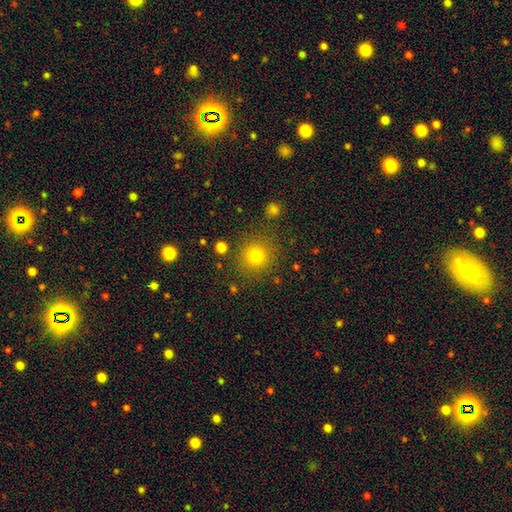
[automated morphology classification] A smooth galaxy with no disk features (80%) that is round (93%).

Vote fractions:
- Smooth or featured? smooth: 80% / star or artifact: 14% / featured or disk: 6%
- How rounded? round: 93% / in between: 6% / cigar-shaped: 1%
- Merging? none: 85% / minor disturbance: 8% / major disturbance: 3% / merger: 3%